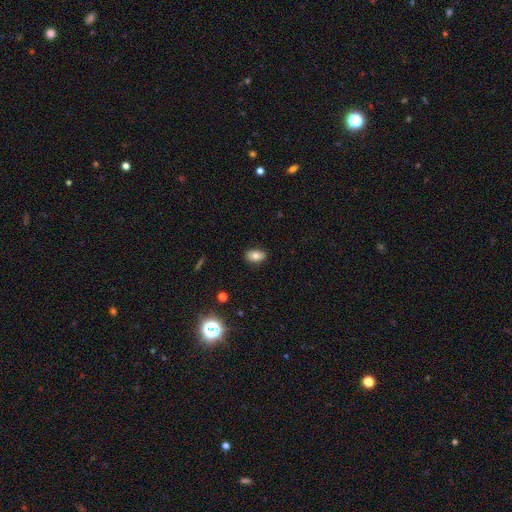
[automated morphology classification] This appears to be a smooth galaxy with no disk features (77%) that is in between round and cigar-shaped (88%). Merging: none (86%).